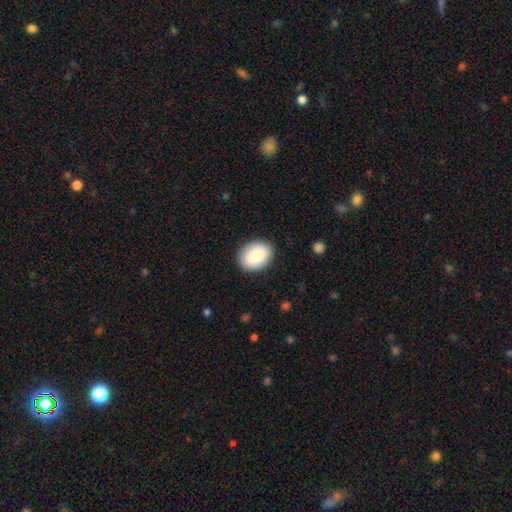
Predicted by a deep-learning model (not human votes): smooth_or_featured: smooth (p=0.86) [alt: featured or disk p=0.07]
how_rounded: in between (p=0.64) [alt: round p=0.35]
merging: none (p=0.88) [alt: minor disturbance p=0.09]